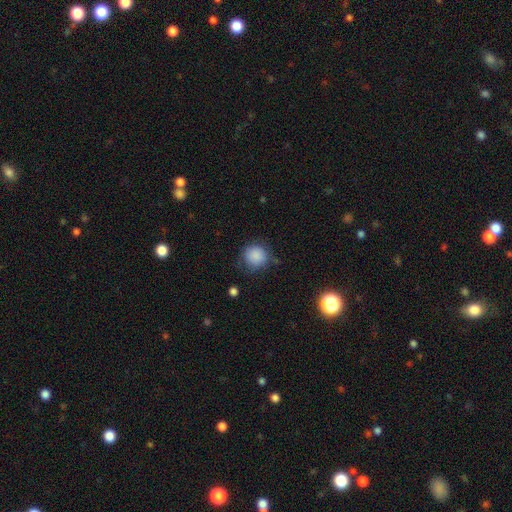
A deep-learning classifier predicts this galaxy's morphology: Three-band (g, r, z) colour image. It shows a smooth galaxy with no disk features (85%) that is round (90%). Merging: none (68%).